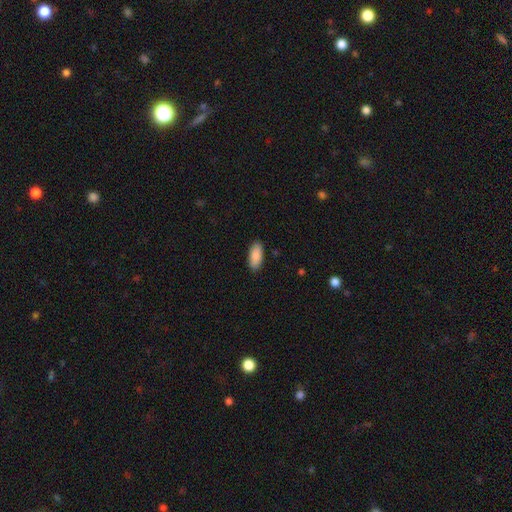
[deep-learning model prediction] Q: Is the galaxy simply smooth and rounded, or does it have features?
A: smooth — 87%.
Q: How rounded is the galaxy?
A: in between — 86%.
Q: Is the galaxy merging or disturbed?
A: none — 89%.